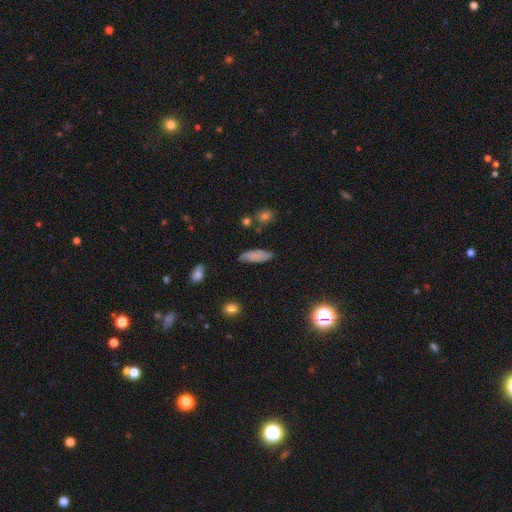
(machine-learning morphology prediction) The model was most divided on "how rounded": in between: 60%, cigar-shaped: 38%, round: 2%. More confident: smooth or featured — smooth (78%); merging — none (75%).